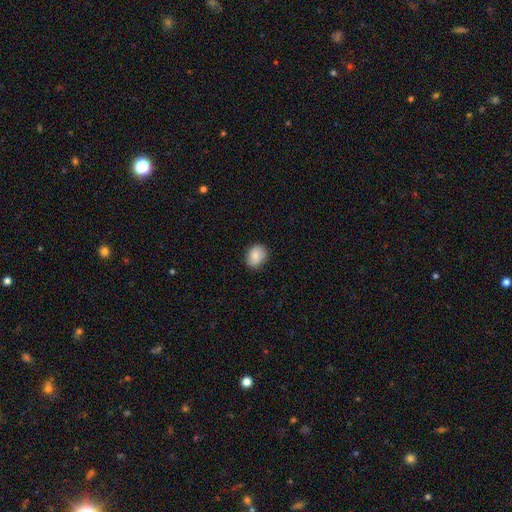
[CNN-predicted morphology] Overall: smooth (81%). How rounded: round (50%; in between 49%). Merging: none (83%).